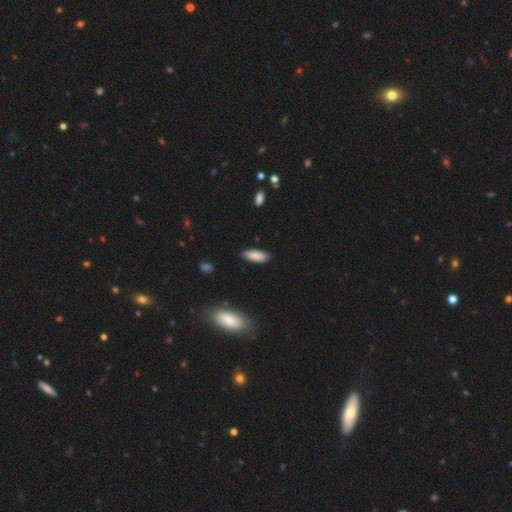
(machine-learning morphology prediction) A smooth galaxy with no disk features (85%) that is in between round and cigar-shaped (75%). Merging: none (83%).